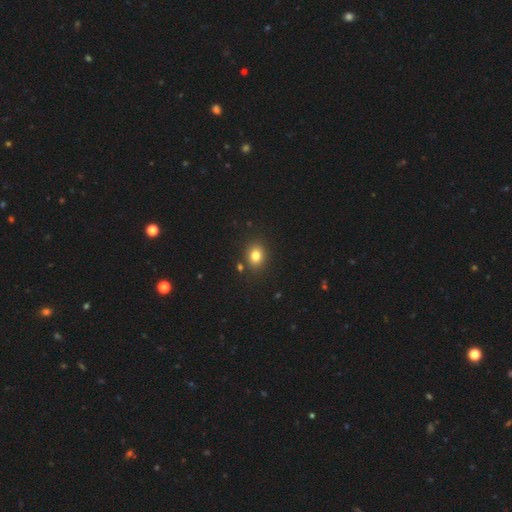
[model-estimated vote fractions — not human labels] A smooth galaxy with no disk features (80%) that is in between round and cigar-shaped (51%). Merging: none (84%).